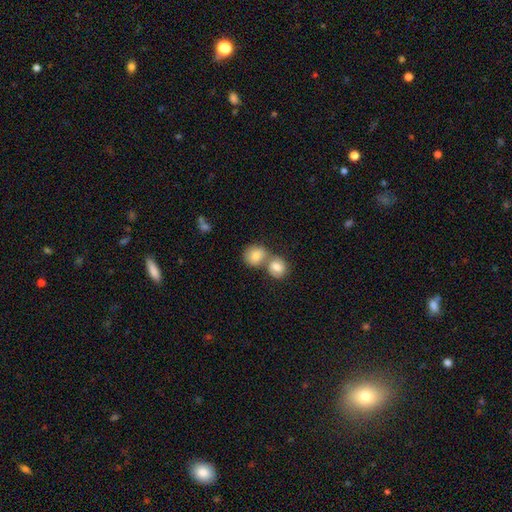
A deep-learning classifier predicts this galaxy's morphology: The model was most divided on "merging": merger: 57%, none: 33%, minor disturbance: 7%, major disturbance: 3%. More confident: smooth or featured — smooth (81%); how rounded — round (76%).